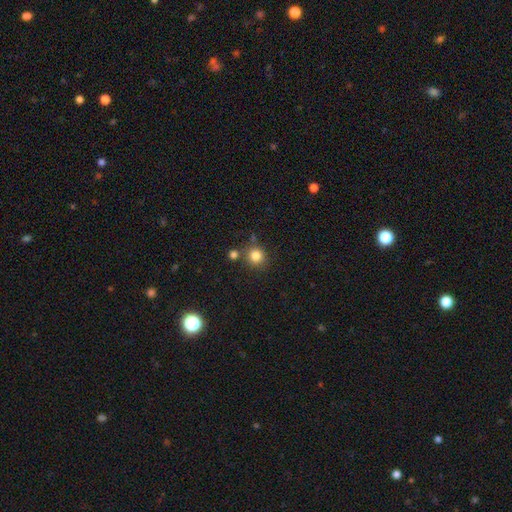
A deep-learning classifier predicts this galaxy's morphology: Overall: smooth (82%). How rounded: round (92%). Merging: none (77%).